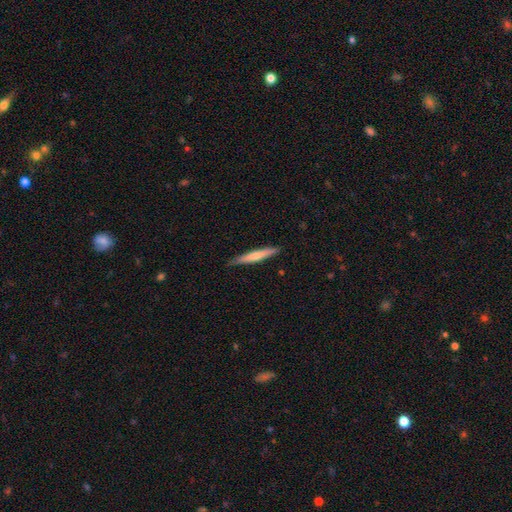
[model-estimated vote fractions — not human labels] Morphology: type=smooth (59%); roundness=cigar-shaped (94%); merging=none (87%).